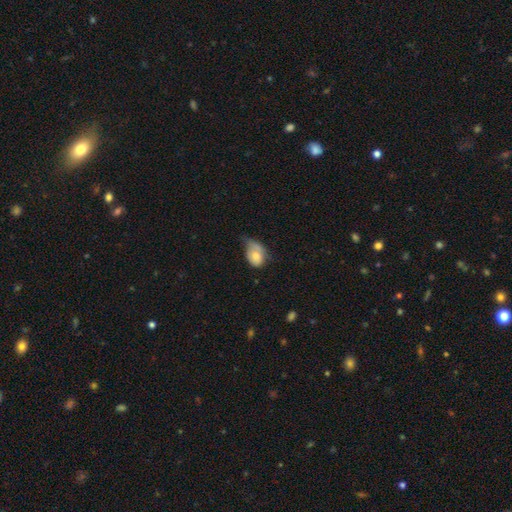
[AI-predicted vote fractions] Smooth or featured? Predicted: smooth (p=0.69). How rounded? Predicted: in between (p=0.76). Merging? Predicted: minor disturbance (p=0.43).